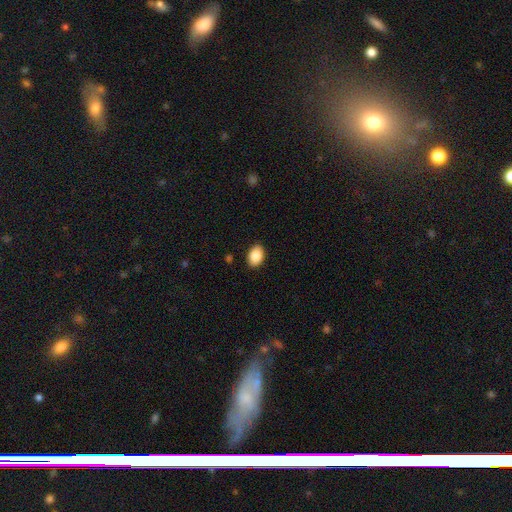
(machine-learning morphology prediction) A smooth galaxy with no disk features (88%) that is in between round and cigar-shaped (85%).

Vote fractions:
- Smooth or featured? smooth: 88% / star or artifact: 7% / featured or disk: 5%
- How rounded? in between: 85% / round: 14% / cigar-shaped: 1%
- Merging? none: 89% / minor disturbance: 8% / major disturbance: 2% / merger: 1%